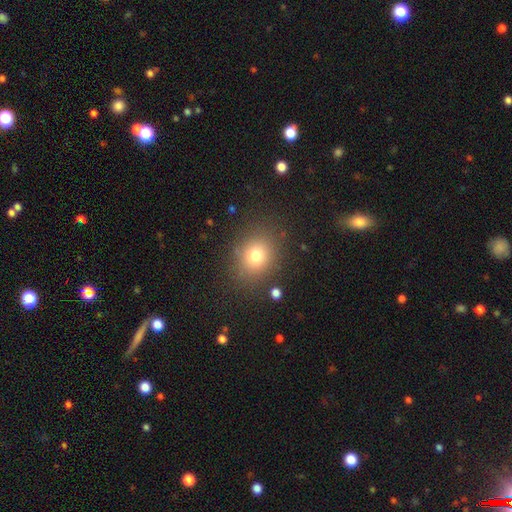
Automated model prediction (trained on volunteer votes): smooth-or-featured: smooth: 75% | star or artifact: 15% | featured or disk: 10%
  how-rounded: round: 65% | in between: 34% | cigar-shaped: 1%
  merging: none: 83% | minor disturbance: 10% | major disturbance: 5% | merger: 2%